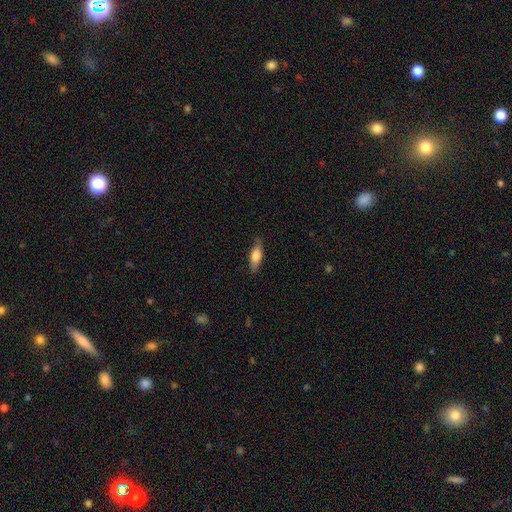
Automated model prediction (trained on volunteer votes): This appears to be a smooth galaxy with no disk features (65%) that is in between round and cigar-shaped (60%). Merging: none (82%).